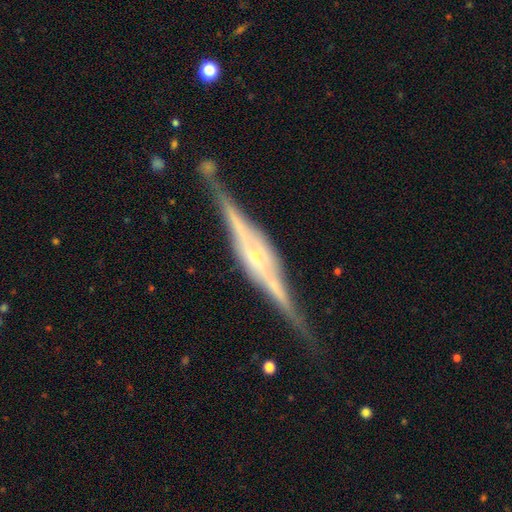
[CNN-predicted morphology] A featured or disk galaxy (88%) viewed edge-on (97%) with a boxy central bulge (52%). Merging: none (82%).